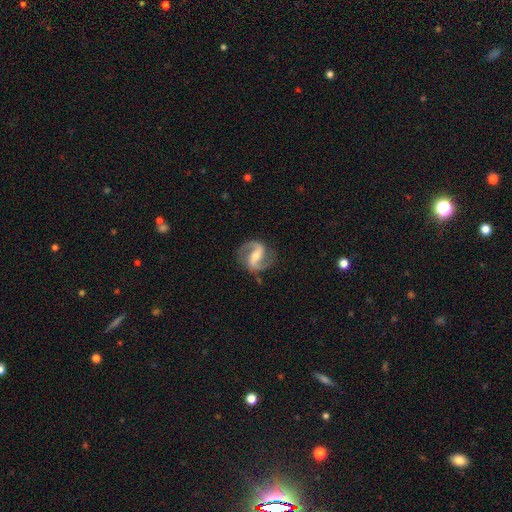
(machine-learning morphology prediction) Smooth or featured: featured or disk — 90% (smooth — 6%)
Edge-on disk: no — 98% (yes — 2%)
Bar: strong — 46% (weak — 37%)
Spiral arms: yes — 97% (no — 3%)
Spiral winding: medium — 54% (loose — 30%)
Spiral arm count: 2 — 94% (can't tell — 2%)
Bulge size: moderate — 53% (small — 40%)
Merging: none — 84% (minor disturbance — 11%)